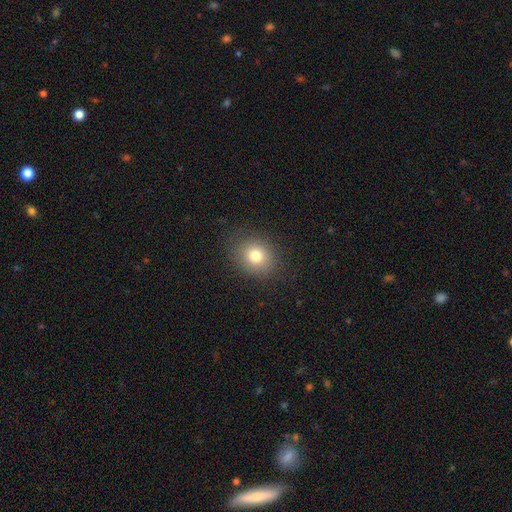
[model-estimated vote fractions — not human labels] Smooth or featured? Predicted: smooth (p=0.78). How rounded? Predicted: round (p=0.69). Merging? Predicted: none (p=0.84).